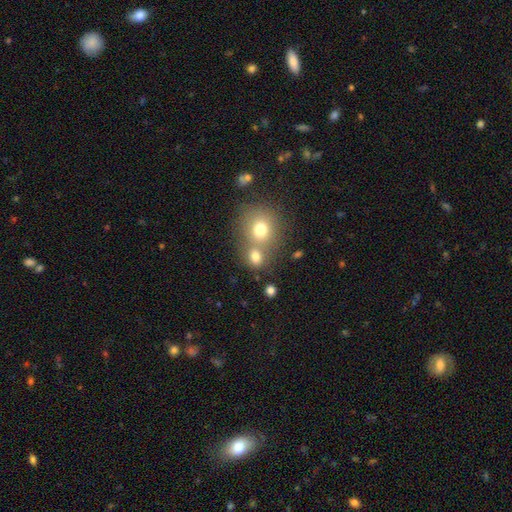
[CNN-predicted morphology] The model was most divided on "merging": merger: 45%, none: 44%, minor disturbance: 8%, major disturbance: 3%. More confident: how rounded — round (77%); smooth or featured — smooth (71%).